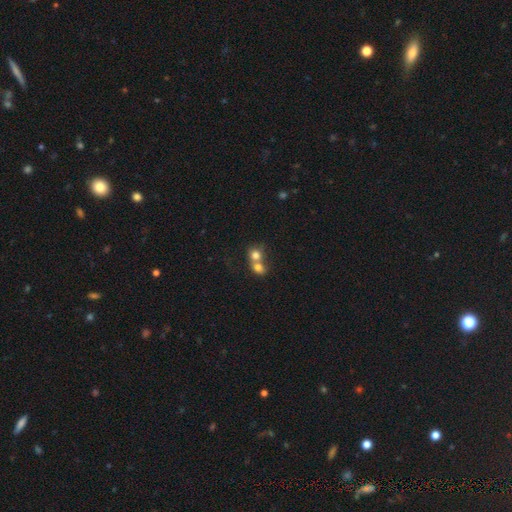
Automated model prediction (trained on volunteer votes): Overall: smooth (76%). How rounded: round (73%). Merging: merger (69%).